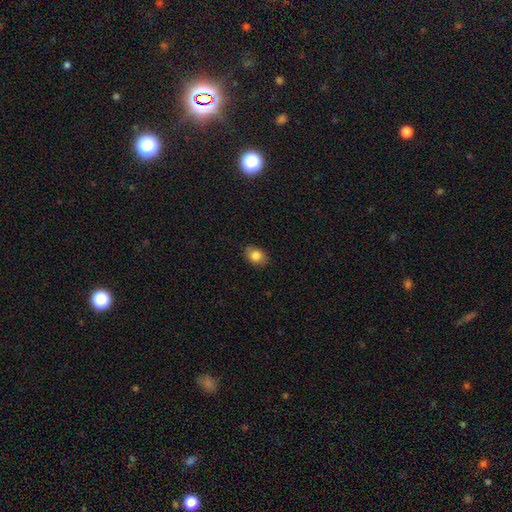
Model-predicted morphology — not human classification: The model was most divided on "how rounded": in between: 68%, round: 31%, cigar-shaped: 1%. More confident: merging — none (83%); smooth or featured — smooth (82%).